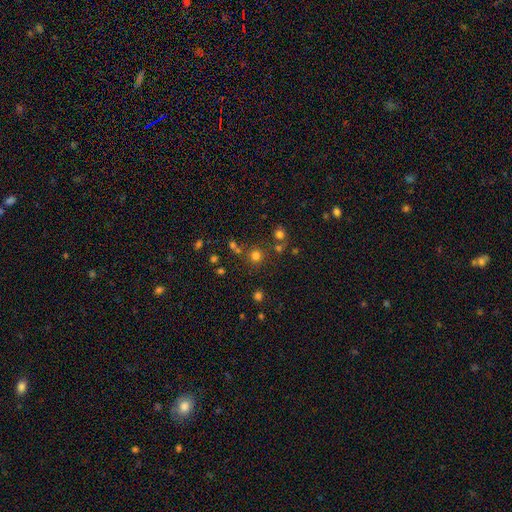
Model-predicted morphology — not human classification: A smooth galaxy with no disk features (70%) that is round (92%).

Vote fractions:
- Smooth or featured? smooth: 70% / star or artifact: 23% / featured or disk: 7%
- How rounded? round: 92% / in between: 7% / cigar-shaped: 1%
- Merging? none: 76% / merger: 11% / minor disturbance: 8% / major disturbance: 4%